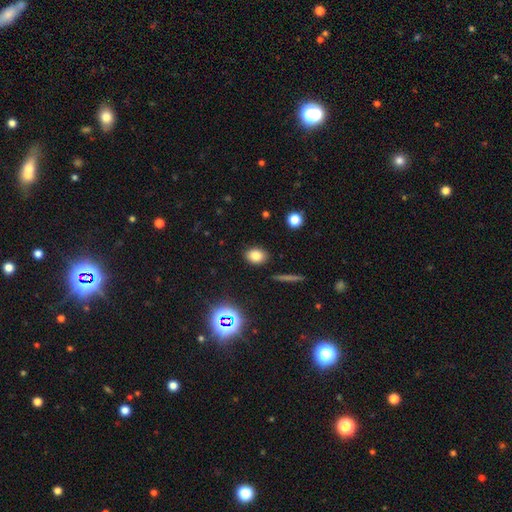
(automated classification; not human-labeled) Smooth or featured? smooth (79%)
How rounded? in between (63%)
Merging? none (88%)